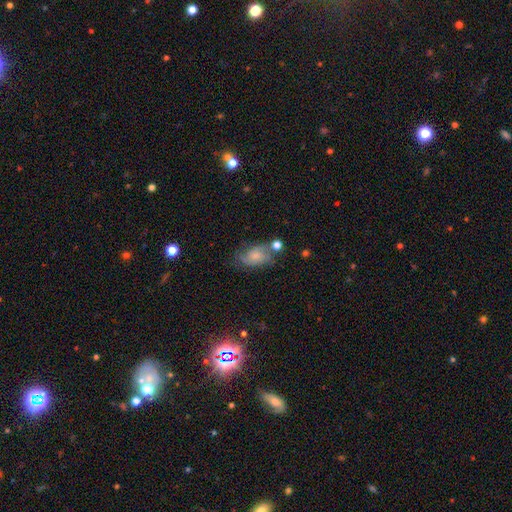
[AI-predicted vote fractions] This appears to be a smooth galaxy with no disk features (55%) that is in between round and cigar-shaped (83%). Merging: none (47%).